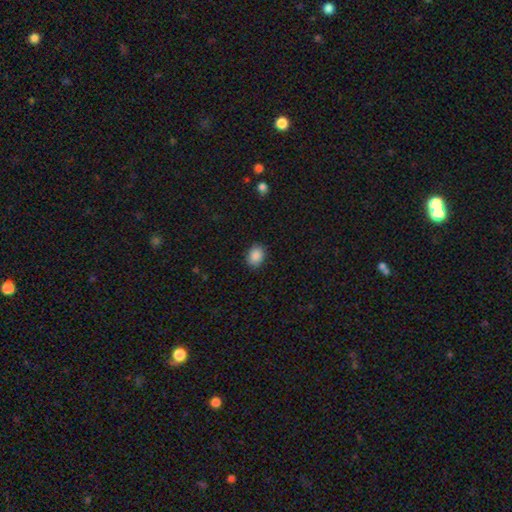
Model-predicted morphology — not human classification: type=smooth (89%); roundness=in between (62%); merging=none (88%).